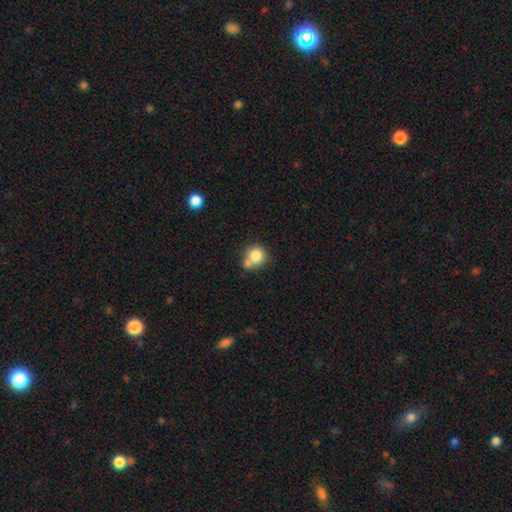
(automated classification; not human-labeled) A smooth galaxy with no disk features (79%) that is round (88%). Merging: none (47%).